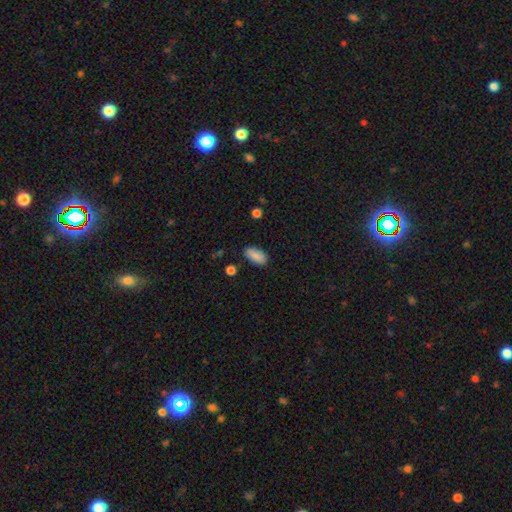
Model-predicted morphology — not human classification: smooth_or_featured: smooth (p=0.86) [alt: featured or disk p=0.07]
how_rounded: in between (p=0.91) [alt: cigar-shaped p=0.06]
merging: none (p=0.83) [alt: minor disturbance p=0.12]